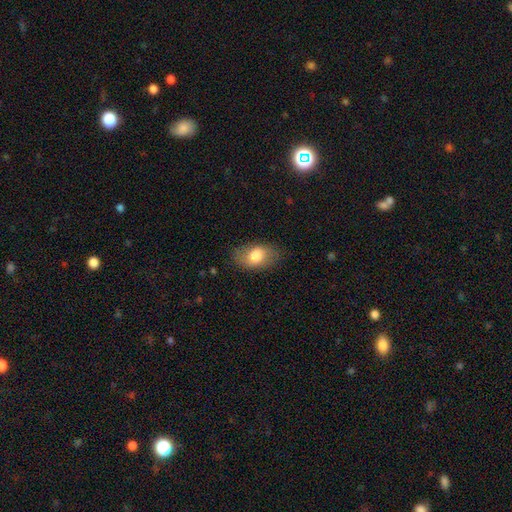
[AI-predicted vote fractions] Morphology: type=smooth (78%); roundness=in between (89%); merging=none (78%).